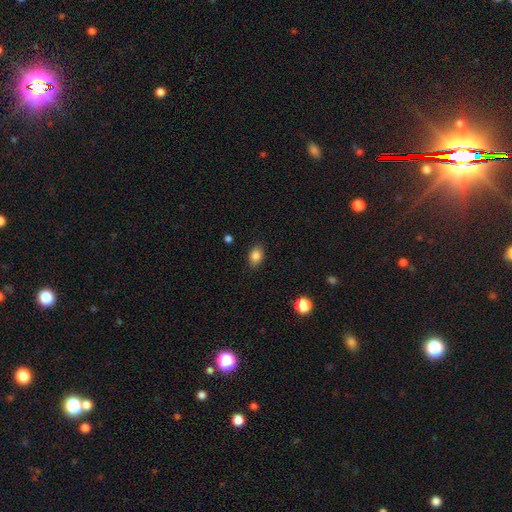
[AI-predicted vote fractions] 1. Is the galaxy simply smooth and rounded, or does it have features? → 85% smooth, 9% star or artifact, 5% featured or disk.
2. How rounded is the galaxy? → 77% in between, 22% round, 1% cigar-shaped.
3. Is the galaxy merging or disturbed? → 85% none, 11% minor disturbance, 3% major disturbance, 1% merger.